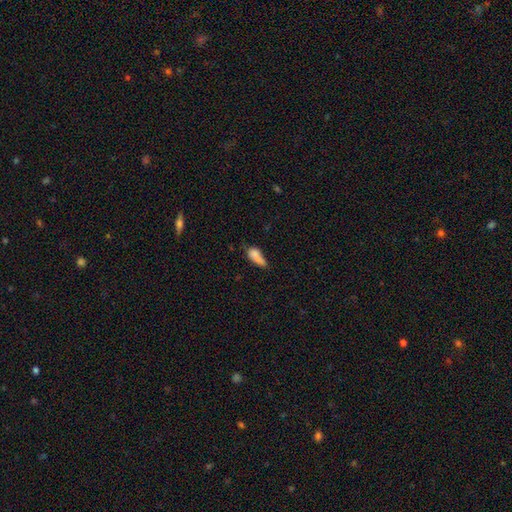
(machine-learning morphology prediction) This appears to be a smooth galaxy with no disk features (79%) that is in between round and cigar-shaped (71%). Merging: none (37%).